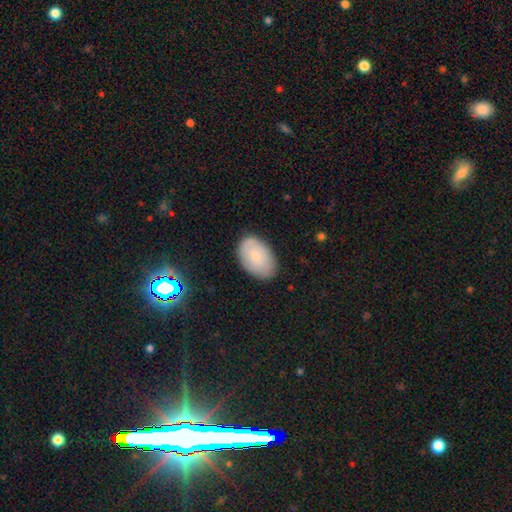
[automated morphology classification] This appears to be a smooth galaxy with no disk features (74%) that is in between round and cigar-shaped (90%). Merging: none (82%).